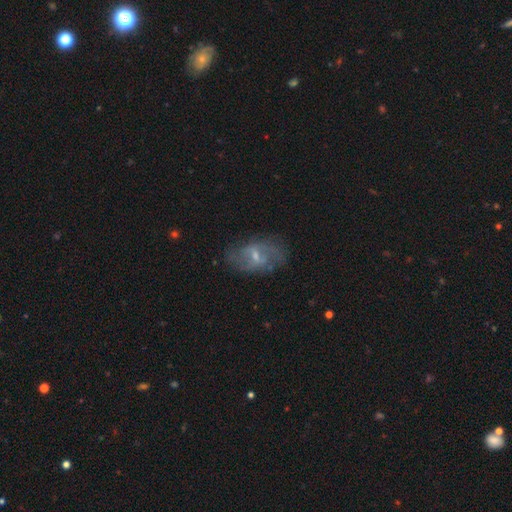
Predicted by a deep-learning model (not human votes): featured or disk 65%, smooth 25%, star or artifact 10%. Down the decision tree: edge-on disk — no (94%); bar — weak (55%); spiral arms — yes (68%); bulge size — small (57%); merging — none (67%).